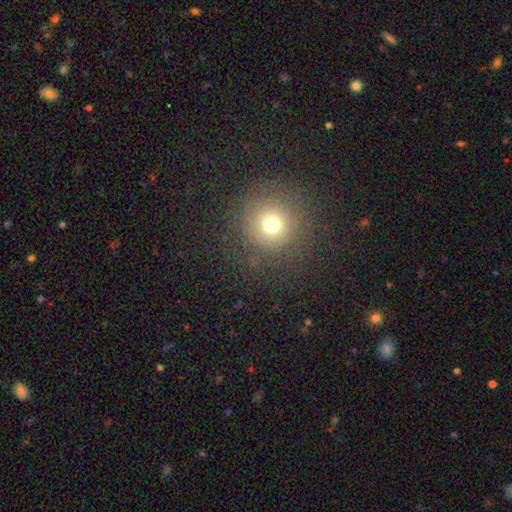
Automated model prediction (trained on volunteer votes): This is likely a smooth galaxy (66%). How rounded: clearly round (96%). Merging: clearly none (92%).